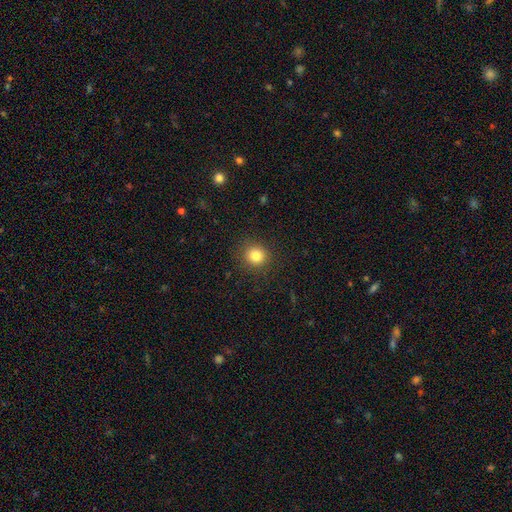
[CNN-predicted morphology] A smooth galaxy with no disk features (82%) that is round (90%). Merging: none (89%).